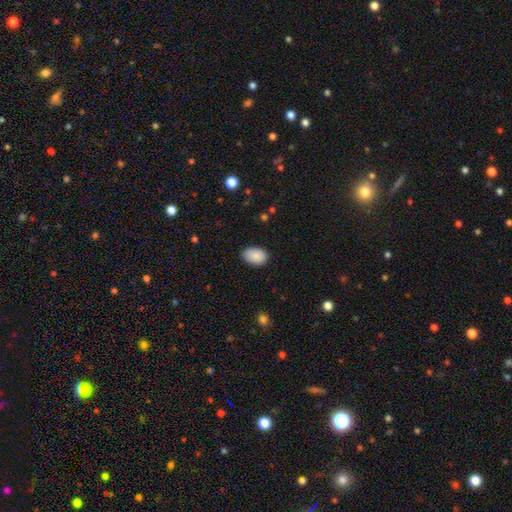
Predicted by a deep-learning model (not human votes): smooth-or-featured: smooth: 88% | star or artifact: 7% | featured or disk: 5%
  how-rounded: in between: 89% | round: 10% | cigar-shaped: 1%
  merging: none: 79% | minor disturbance: 17% | major disturbance: 3% | merger: 1%